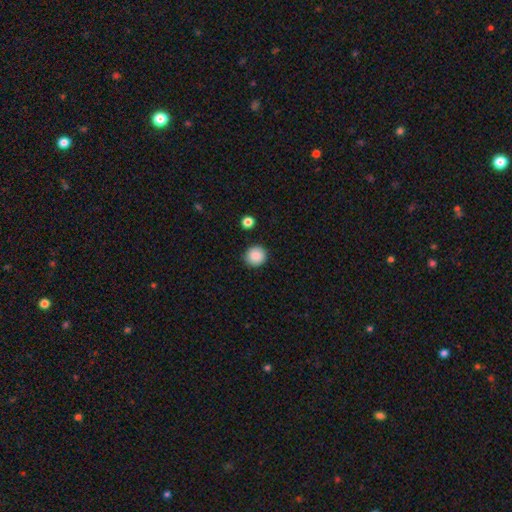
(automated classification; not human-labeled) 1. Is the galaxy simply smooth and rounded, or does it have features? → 88% smooth, 8% star or artifact, 4% featured or disk.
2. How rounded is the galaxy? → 92% round, 7% in between, 1% cigar-shaped.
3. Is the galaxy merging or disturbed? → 91% none, 6% minor disturbance, 2% major disturbance, 2% merger.